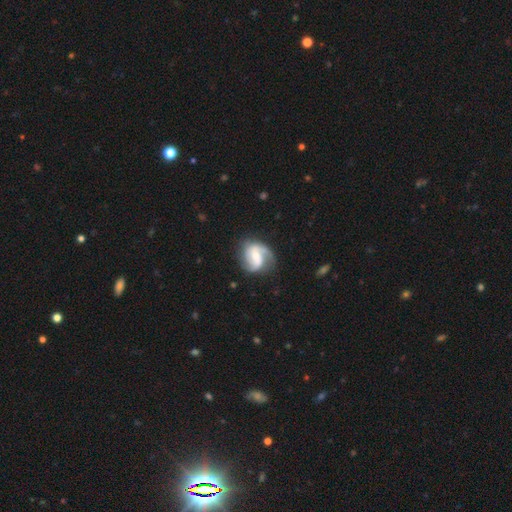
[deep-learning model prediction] Smooth or featured? Predicted: featured or disk (p=0.81). Edge-on disk? Predicted: no (p=0.98). Bar? Predicted: weak (p=0.47). Spiral arms? Predicted: yes (p=0.96). Spiral winding? Predicted: medium (p=0.47). Spiral arm count? Predicted: 2 (p=0.80). Bulge size? Predicted: small (p=0.47). Merging? Predicted: none (p=0.70).